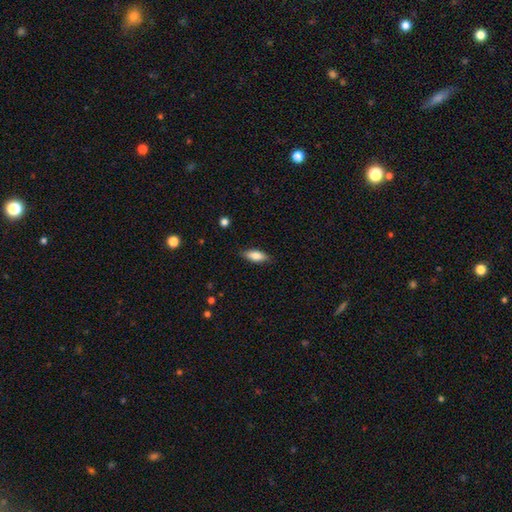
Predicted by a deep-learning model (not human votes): This appears to be a smooth galaxy with no disk features (81%) that is in between round and cigar-shaped (76%). Merging: none (84%).